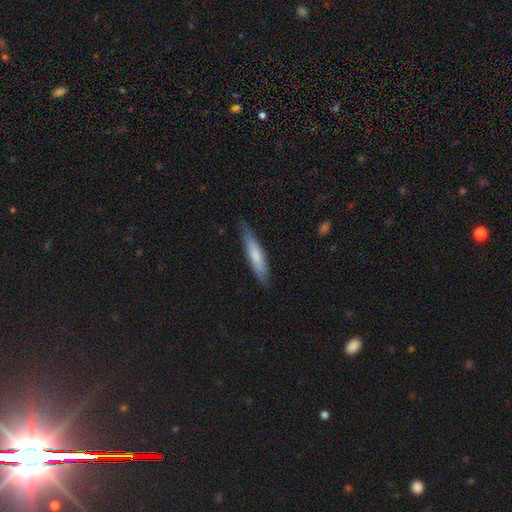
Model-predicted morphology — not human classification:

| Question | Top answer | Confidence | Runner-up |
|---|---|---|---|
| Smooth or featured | smooth | 71% | featured or disk (24%) |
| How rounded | cigar-shaped | 86% | in between (13%) |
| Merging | none | 80% | minor disturbance (16%) |